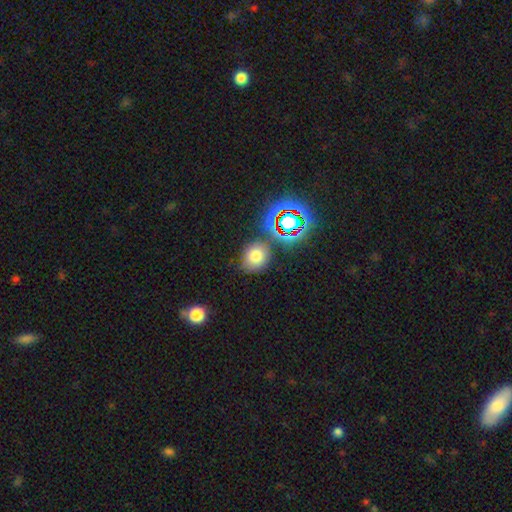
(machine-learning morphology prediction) Smooth or featured: smooth — 69% (star or artifact — 22%)
How rounded: round — 66% (in between — 33%)
Merging: none — 74% (minor disturbance — 14%)